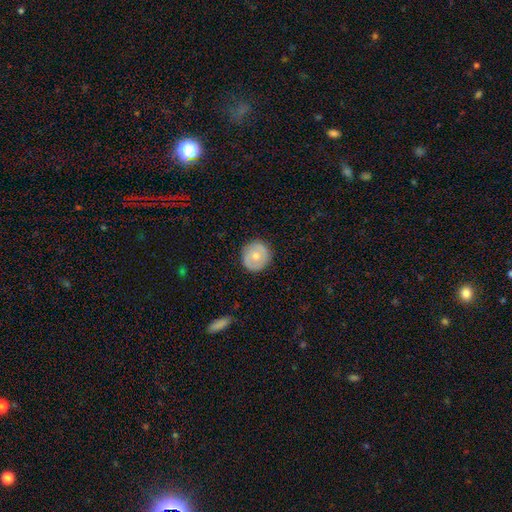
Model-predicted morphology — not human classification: A smooth galaxy with no disk features (64%) that is round (93%).

Vote fractions:
- Smooth or featured? smooth: 64% / featured or disk: 30% / star or artifact: 6%
- How rounded? round: 93% / in between: 6% / cigar-shaped: 1%
- Merging? none: 89% / minor disturbance: 8% / major disturbance: 2% / merger: 1%